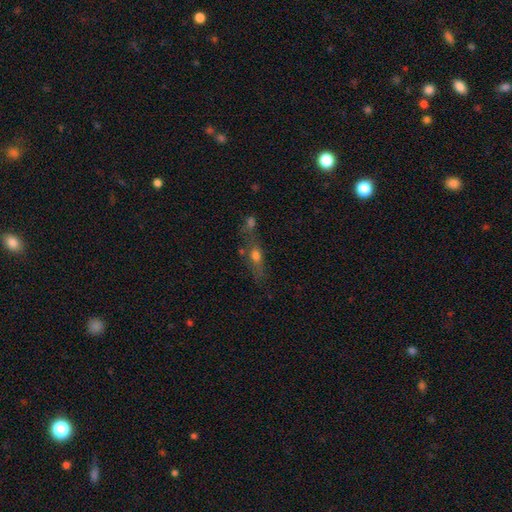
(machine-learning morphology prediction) A smooth galaxy with no disk features (53%) that is cigar-shaped (45%). Merging: none (49%).